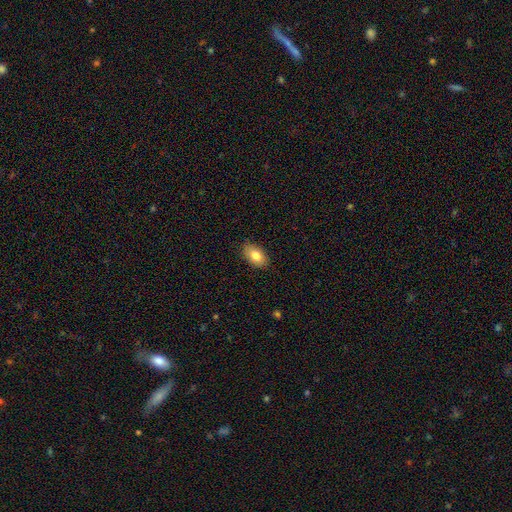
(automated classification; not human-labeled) Overall: smooth (81%). How rounded: in between (90%). Merging: none (87%).